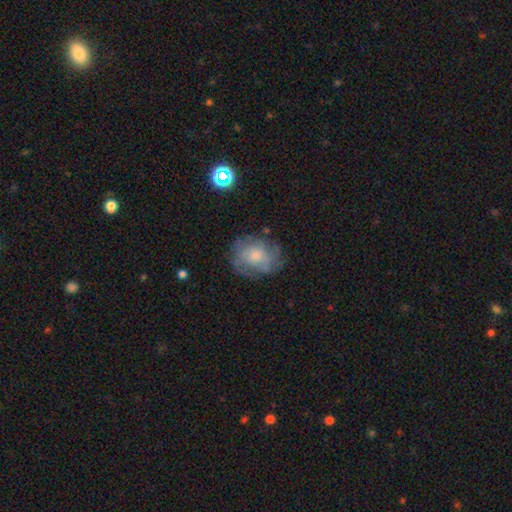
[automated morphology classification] The model was most divided on "smooth or featured": smooth: 47%, featured or disk: 43%, star or artifact: 10%. More confident: merging — none (66%).